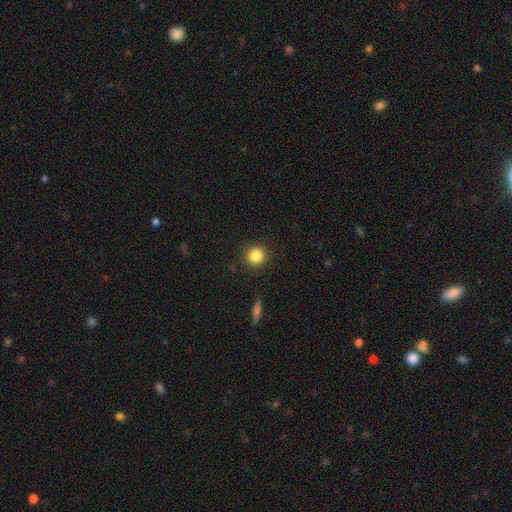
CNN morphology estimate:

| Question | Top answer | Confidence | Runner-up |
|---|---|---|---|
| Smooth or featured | smooth | 85% | star or artifact (10%) |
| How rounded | round | 92% | in between (7%) |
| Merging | none | 90% | minor disturbance (6%) |